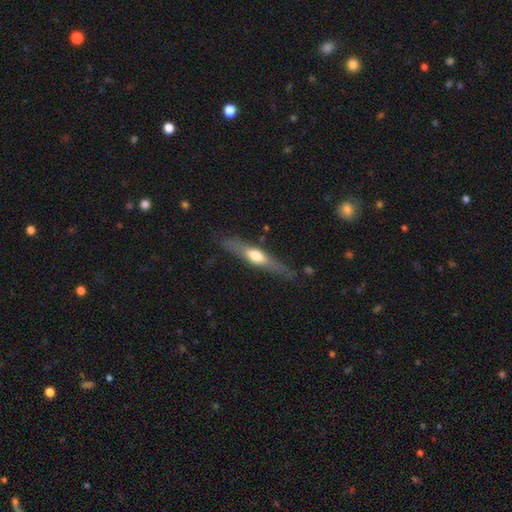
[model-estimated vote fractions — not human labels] featured or disk 53%, smooth 42%, star or artifact 5%. Down the decision tree: edge-on disk — yes (84%); merging — none (77%).